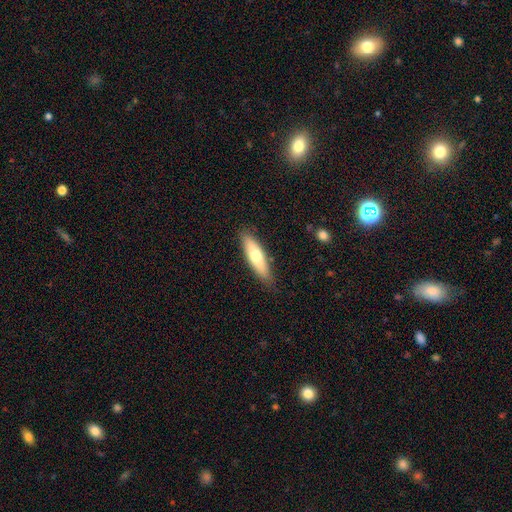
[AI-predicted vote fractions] smooth_or_featured: smooth (p=0.66) [alt: featured or disk p=0.28]
how_rounded: cigar-shaped (p=0.66) [alt: in between p=0.33]
merging: none (p=0.85) [alt: minor disturbance p=0.11]